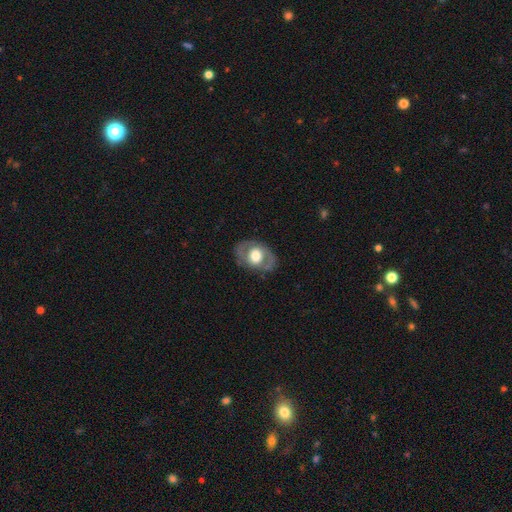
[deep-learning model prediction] This appears to be a featured or disk galaxy (56%) with no bar (76%), no spiral arms (64%) and a moderate central bulge (46%). Merging: none (77%).